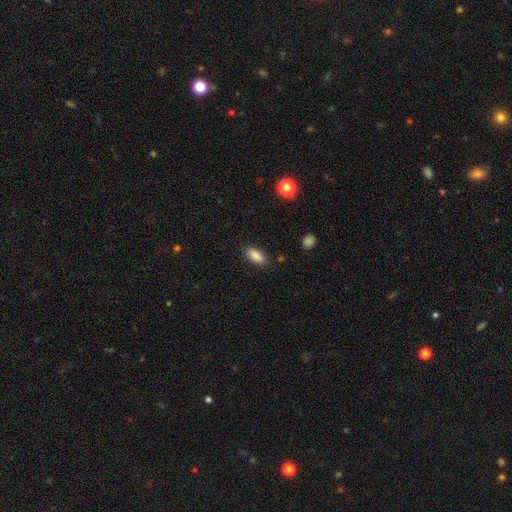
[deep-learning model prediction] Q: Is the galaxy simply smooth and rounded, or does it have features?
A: smooth — 88%.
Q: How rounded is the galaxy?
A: in between — 88%.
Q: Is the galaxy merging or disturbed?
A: none — 86%.